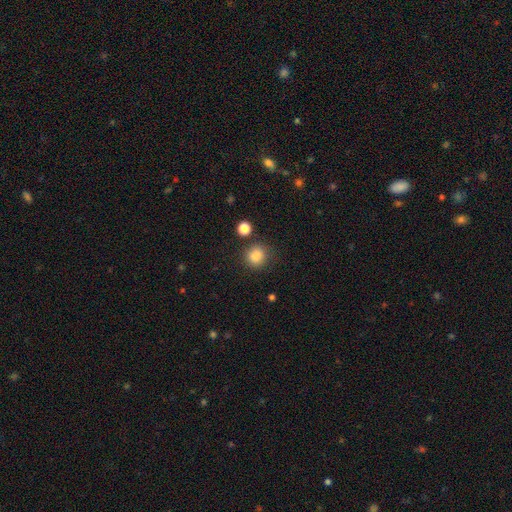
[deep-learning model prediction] smooth_or_featured: smooth (p=0.85) [alt: star or artifact p=0.11]
how_rounded: round (p=0.87) [alt: in between p=0.12]
merging: none (p=0.81) [alt: minor disturbance p=0.11]